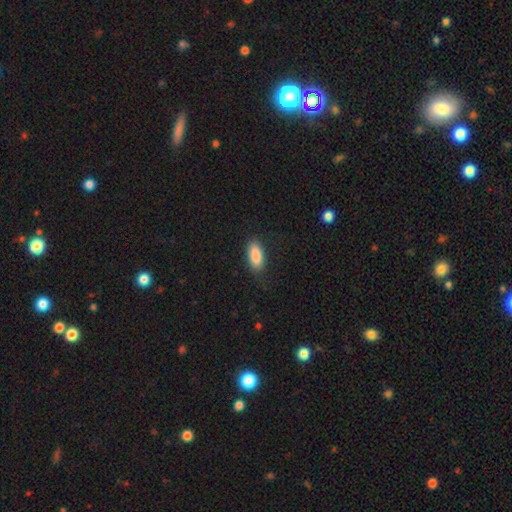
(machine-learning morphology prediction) Smooth or featured?
  - smooth: 87% *
  - star or artifact: 6%
  - featured or disk: 6%
How rounded?
  - in between: 87% *
  - cigar-shaped: 10%
  - round: 3%
Merging?
  - none: 83% *
  - minor disturbance: 13%
  - major disturbance: 3%
  - merger: 1%